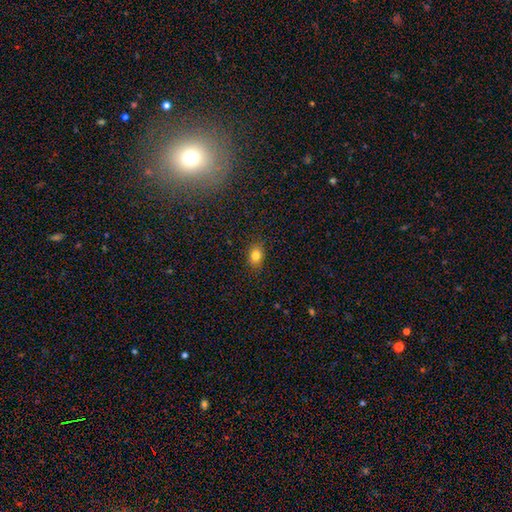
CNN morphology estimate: A smooth galaxy with no disk features (81%) that is in between round and cigar-shaped (63%).

Vote fractions:
- Smooth or featured? smooth: 81% / star or artifact: 12% / featured or disk: 8%
- How rounded? in between: 63% / round: 35% / cigar-shaped: 2%
- Merging? none: 86% / minor disturbance: 11% / major disturbance: 3% / merger: 1%